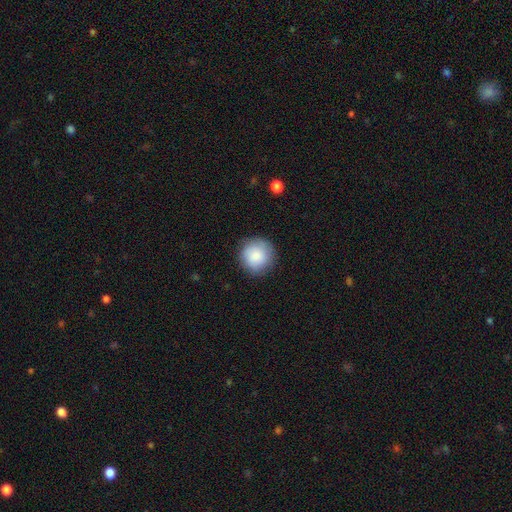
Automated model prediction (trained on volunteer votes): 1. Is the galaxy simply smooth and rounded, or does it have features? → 85% smooth, 7% star or artifact, 7% featured or disk.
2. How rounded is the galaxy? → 94% round, 5% in between, 1% cigar-shaped.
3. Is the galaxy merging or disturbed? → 87% none, 10% minor disturbance, 3% major disturbance, 1% merger.